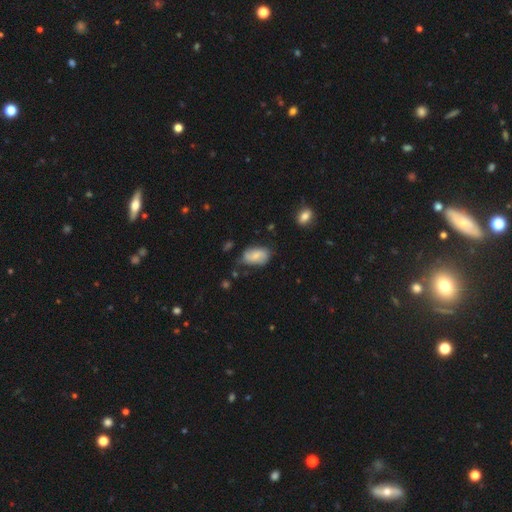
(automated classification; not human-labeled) This appears to be a smooth galaxy with no disk features (53%) that is in between round and cigar-shaped (89%). Merging: none (59%).